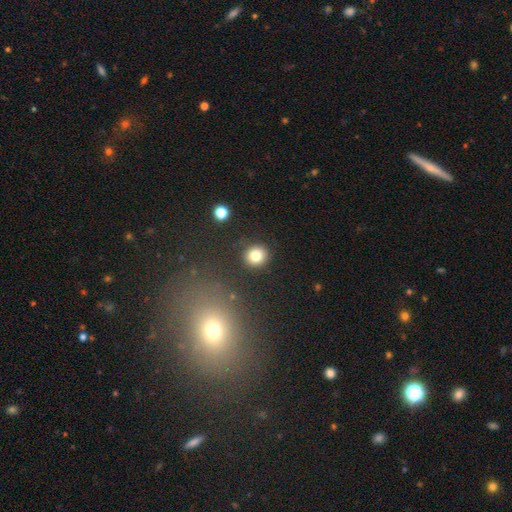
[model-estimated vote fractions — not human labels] Overall: smooth (81%). How rounded: round (88%). Merging: none (89%).